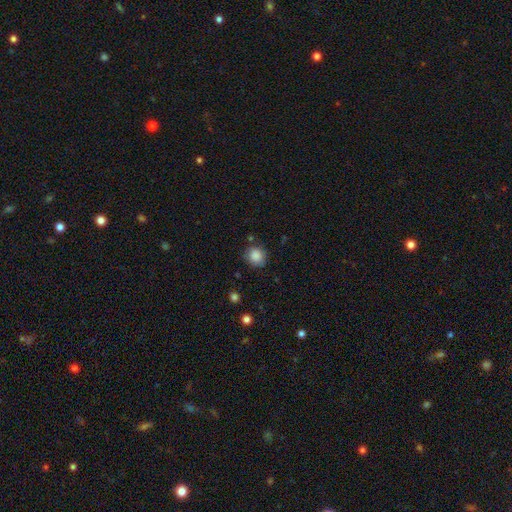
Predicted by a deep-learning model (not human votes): Smooth or featured: smooth — 86% (star or artifact — 9%)
How rounded: round — 85% (in between — 14%)
Merging: none — 79% (minor disturbance — 15%)